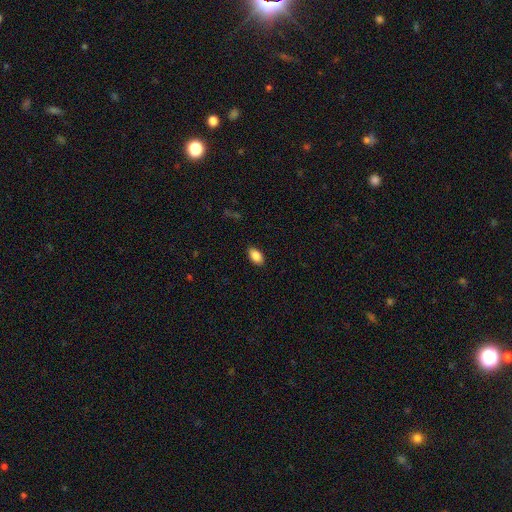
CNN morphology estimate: Smooth or featured? Predicted: smooth (p=0.88). How rounded? Predicted: in between (p=0.92). Merging? Predicted: none (p=0.88).